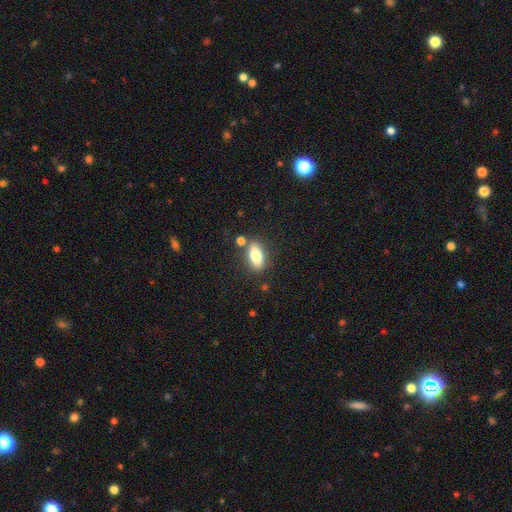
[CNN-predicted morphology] type=smooth (73%); roundness=in between (79%); merging=none (77%).